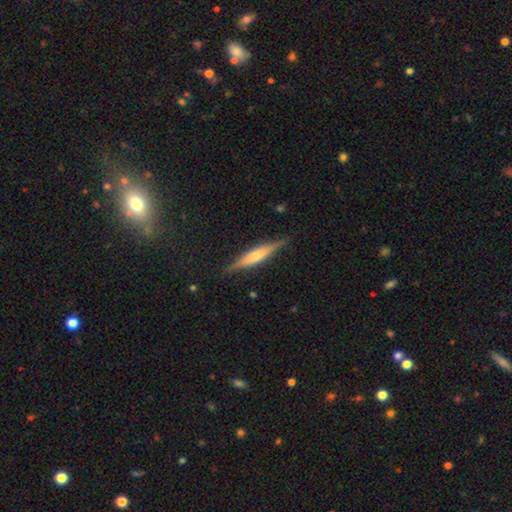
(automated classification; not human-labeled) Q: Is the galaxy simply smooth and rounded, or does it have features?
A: featured or disk — 61%.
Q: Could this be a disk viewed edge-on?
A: yes — 96%.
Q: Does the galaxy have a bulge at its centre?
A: rounded — 58%.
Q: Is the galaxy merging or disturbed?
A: none — 87%.